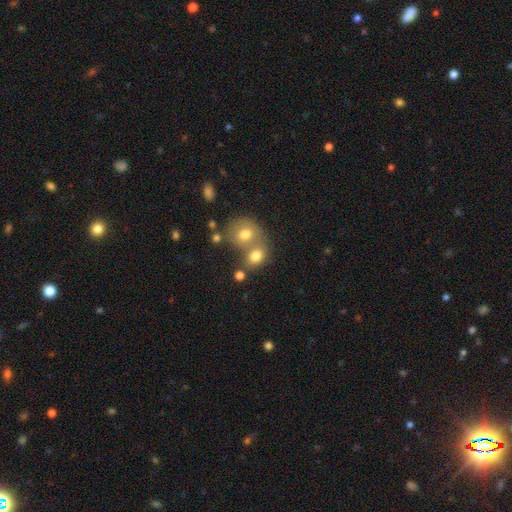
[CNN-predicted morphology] smooth 75%, featured or disk 14%, star or artifact 11%. Down the decision tree: how rounded — round (54%); merging — merger (52%).